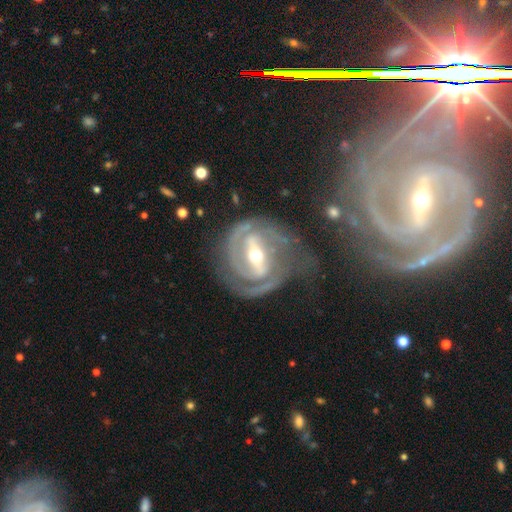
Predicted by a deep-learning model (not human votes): A featured or disk galaxy (89%) with a strong bar (59%), 2 (64%) tight (58%) spiral arms (94%) and a moderate central bulge (63%). Merging: none (51%).